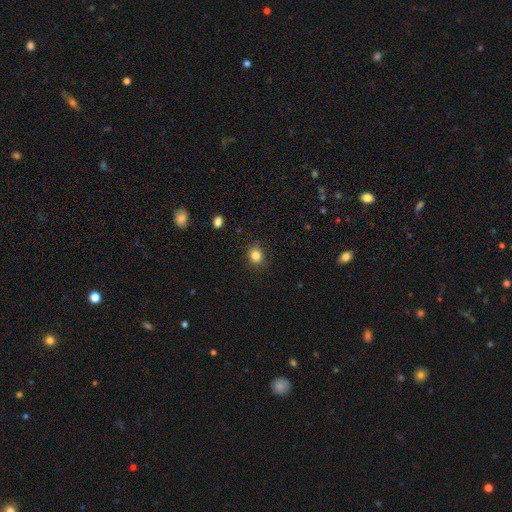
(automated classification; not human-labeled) This is clearly a smooth galaxy (83%). How rounded: likely round (68%). Merging: clearly none (85%).